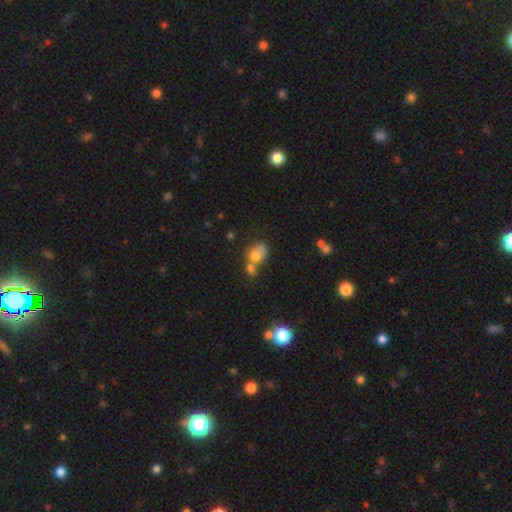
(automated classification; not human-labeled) This appears to be a smooth galaxy with no disk features (73%) that is in between round and cigar-shaped (68%). Merging: merger (58%).